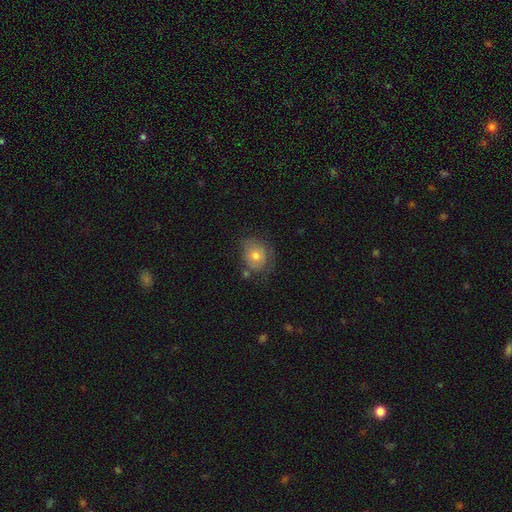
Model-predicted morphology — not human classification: The model was most divided on "how rounded": round: 67%, in between: 32%, cigar-shaped: 1%. More confident: smooth or featured — smooth (67%); merging — none (62%).